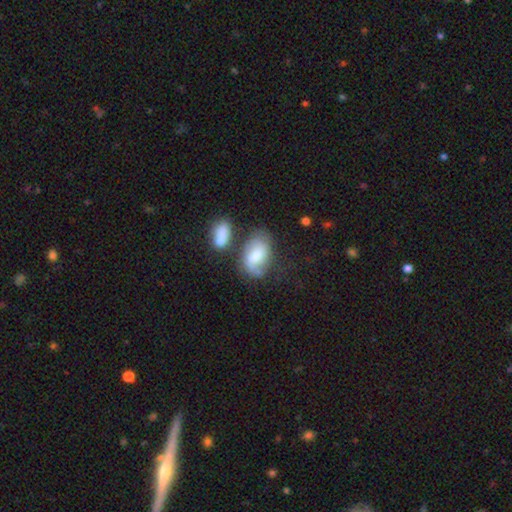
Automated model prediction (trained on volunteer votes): smooth-or-featured: smooth: 49% | featured or disk: 43% | star or artifact: 8%
  merging: none: 47% | minor disturbance: 23% | merger: 17% | major disturbance: 13%